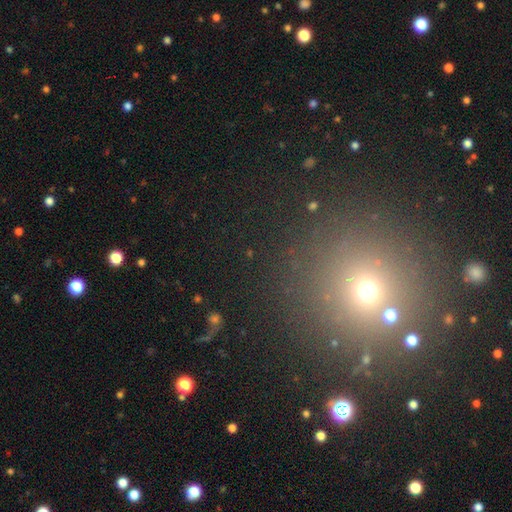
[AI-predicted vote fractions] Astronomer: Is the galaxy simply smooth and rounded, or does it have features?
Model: star or artifact — 51% (runner-up: smooth, 41%).